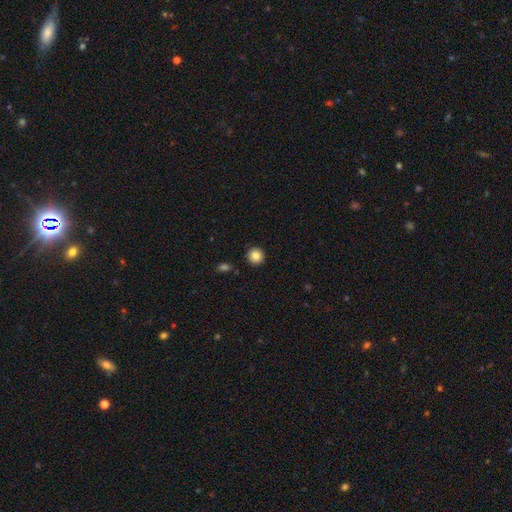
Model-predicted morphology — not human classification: Smooth or featured?
  - smooth: 84% *
  - star or artifact: 9%
  - featured or disk: 7%
How rounded?
  - round: 94% *
  - in between: 5%
  - cigar-shaped: 1%
Merging?
  - none: 91% *
  - minor disturbance: 5%
  - merger: 2%
  - major disturbance: 2%